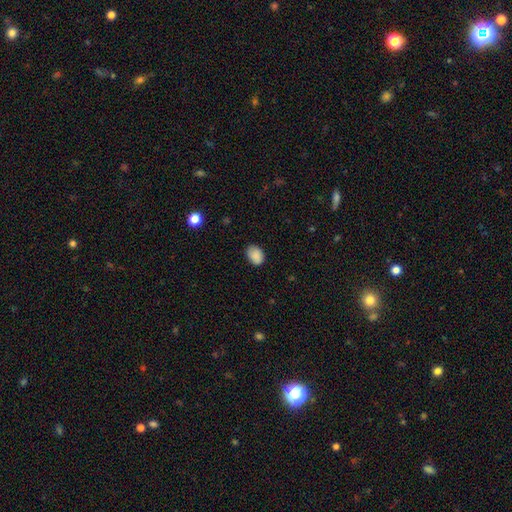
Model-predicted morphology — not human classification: Smooth or featured? Predicted: smooth (p=0.88). How rounded? Predicted: in between (p=0.72). Merging? Predicted: none (p=0.80).